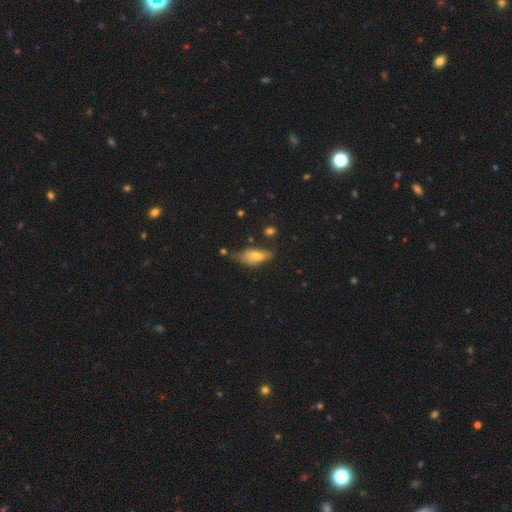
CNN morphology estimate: The model was most divided on "merging": none: 44%, minor disturbance: 34%, major disturbance: 14%, merger: 8%. More confident: how rounded — in between (81%); smooth or featured — smooth (66%).